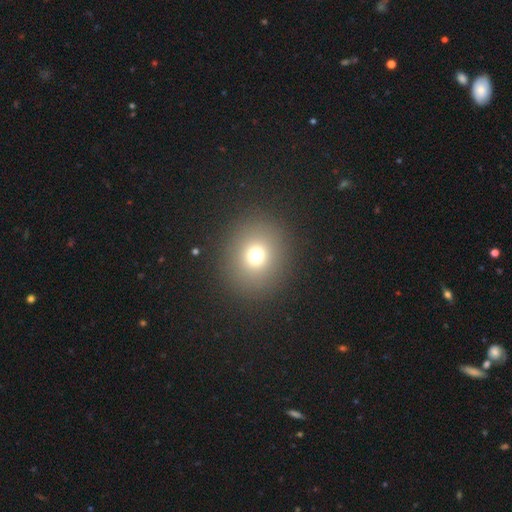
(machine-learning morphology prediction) Smooth or featured: smooth — 72% (star or artifact — 18%)
How rounded: round — 85% (in between — 14%)
Merging: none — 89% (minor disturbance — 6%)